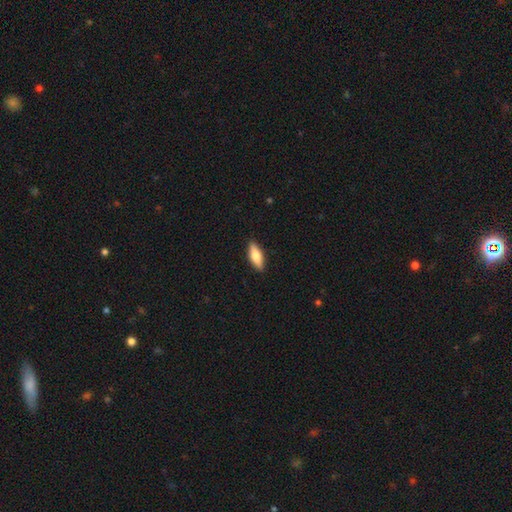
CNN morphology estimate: Smooth or featured?
  - smooth: 64% *
  - featured or disk: 30%
  - star or artifact: 6%
How rounded?
  - in between: 58% *
  - cigar-shaped: 39%
  - round: 2%
Merging?
  - none: 89% *
  - minor disturbance: 8%
  - major disturbance: 2%
  - merger: 1%